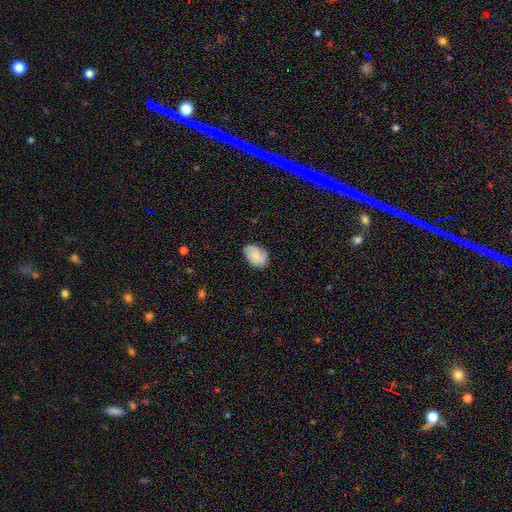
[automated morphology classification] Smooth or featured? smooth (61%)
How rounded? in between (81%)
Merging? none (75%)